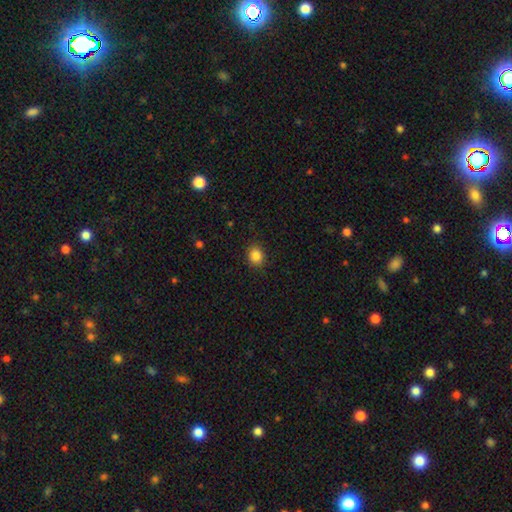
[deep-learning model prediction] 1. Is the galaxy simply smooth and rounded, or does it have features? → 85% smooth, 10% star or artifact, 5% featured or disk.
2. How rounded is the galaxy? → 60% round, 39% in between, 1% cigar-shaped.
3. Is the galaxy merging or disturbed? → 89% none, 8% minor disturbance, 2% major disturbance, 1% merger.